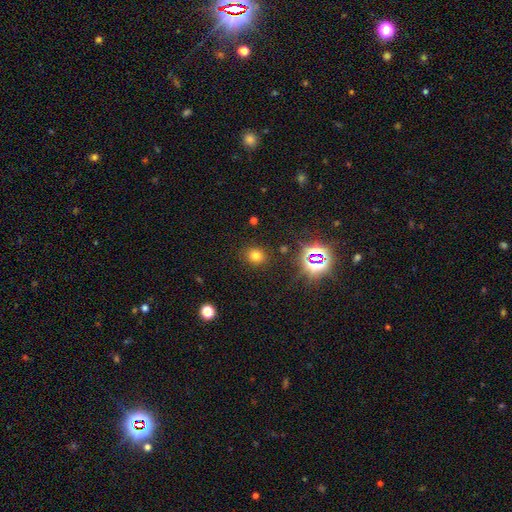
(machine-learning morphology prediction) Smooth or featured? smooth (70%)
How rounded? round (73%)
Merging? none (86%)